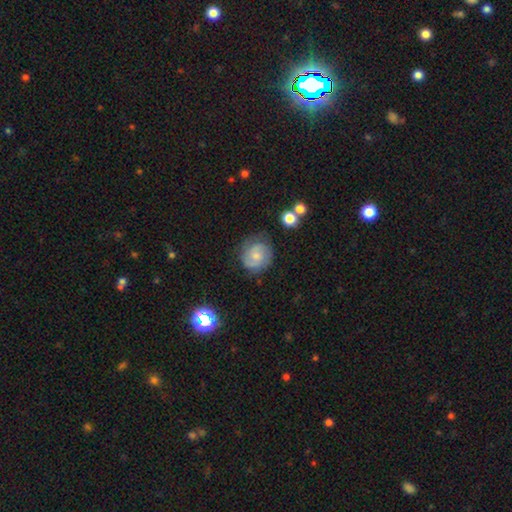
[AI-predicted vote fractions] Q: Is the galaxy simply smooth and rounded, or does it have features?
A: featured or disk — 57%.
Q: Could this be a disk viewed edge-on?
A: no — 98%.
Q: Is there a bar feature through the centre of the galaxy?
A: no — 67%.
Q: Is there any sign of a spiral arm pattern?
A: yes — 88%.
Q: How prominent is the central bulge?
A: small — 57%.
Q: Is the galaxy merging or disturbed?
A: none — 68%.